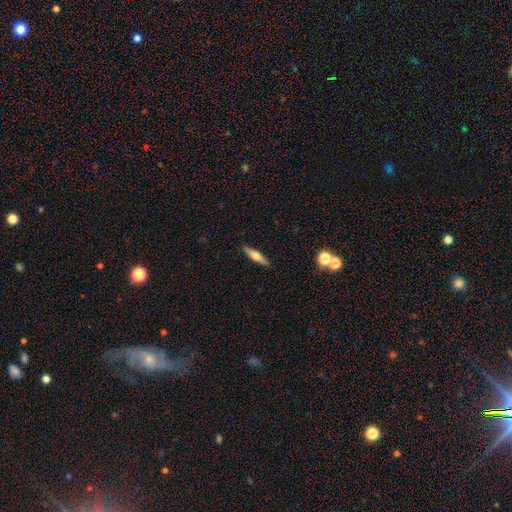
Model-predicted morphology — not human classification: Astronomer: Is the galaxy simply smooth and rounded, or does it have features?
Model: featured or disk — 48% (runner-up: smooth, 45%).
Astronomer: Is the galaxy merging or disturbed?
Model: none — 89%.